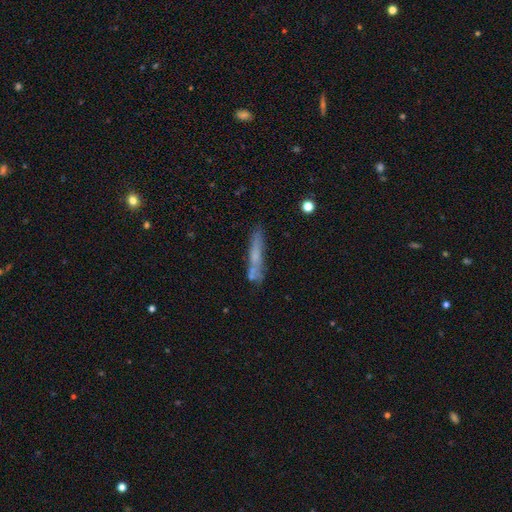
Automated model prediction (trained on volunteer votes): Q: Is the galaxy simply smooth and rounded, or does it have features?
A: smooth — 54%.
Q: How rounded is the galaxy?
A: cigar-shaped — 91%.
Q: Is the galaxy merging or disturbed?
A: none — 67%.